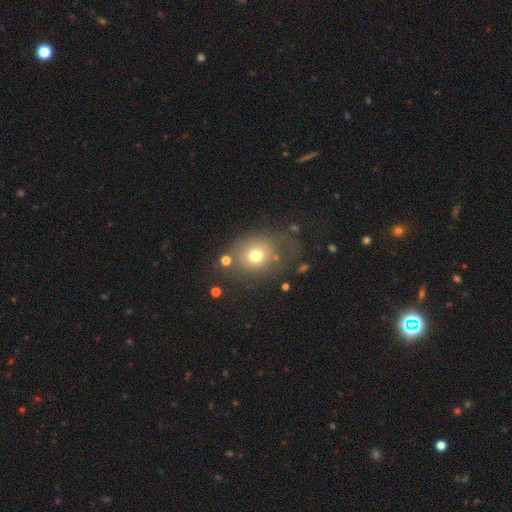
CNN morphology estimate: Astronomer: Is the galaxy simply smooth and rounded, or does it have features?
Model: smooth — 71%.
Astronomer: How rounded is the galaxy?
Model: round — 61% (runner-up: in between, 38%).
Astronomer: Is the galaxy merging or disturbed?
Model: none — 61%.